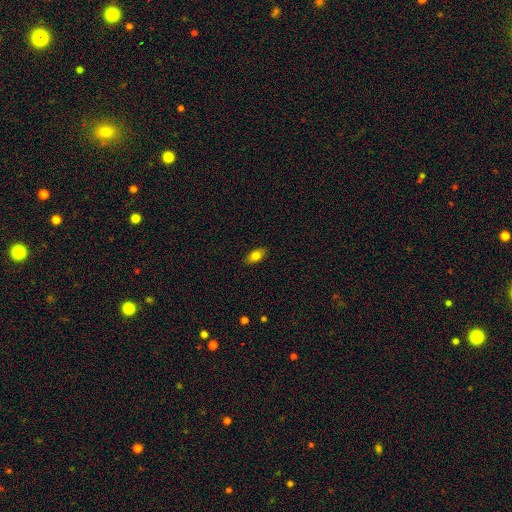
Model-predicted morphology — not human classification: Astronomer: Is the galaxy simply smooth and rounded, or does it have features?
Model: smooth — 80%.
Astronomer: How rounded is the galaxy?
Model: in between — 88%.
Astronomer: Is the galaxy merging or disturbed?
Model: none — 87%.